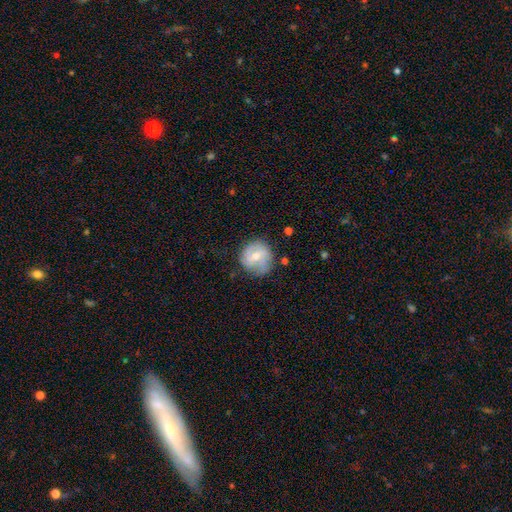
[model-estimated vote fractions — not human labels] This appears to be a featured or disk galaxy (56%) with a weak bar (50%), spiral arms (82%) and a moderate central bulge (50%). Merging: none (70%).